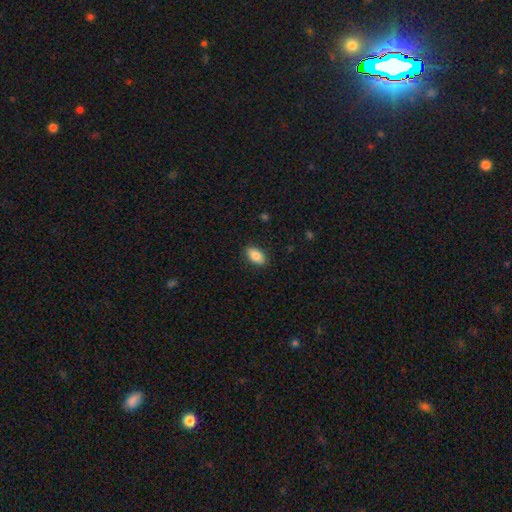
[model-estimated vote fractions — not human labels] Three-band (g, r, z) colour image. It shows a smooth galaxy with no disk features (84%) that is in between round and cigar-shaped (92%). Merging: none (88%).